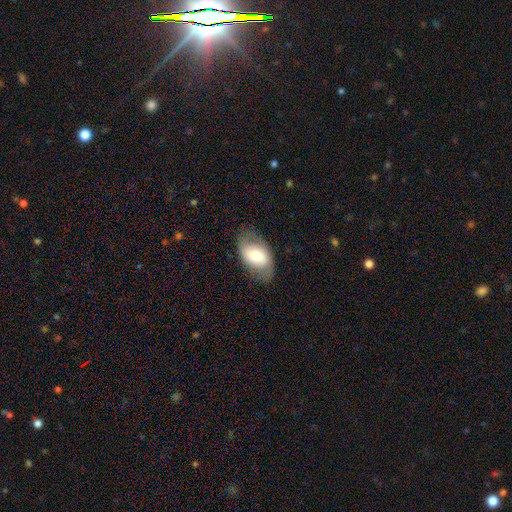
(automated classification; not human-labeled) Morphology: type=smooth (62%); roundness=in between (91%); merging=none (72%).